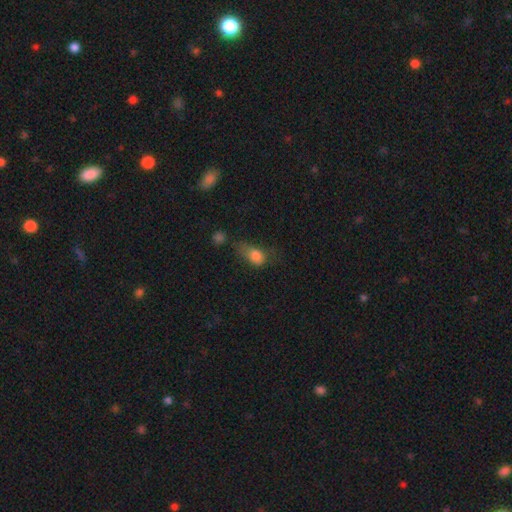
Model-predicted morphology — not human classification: Smooth or featured? Predicted: smooth (p=0.79). How rounded? Predicted: in between (p=0.76). Merging? Predicted: major disturbance (p=0.33).